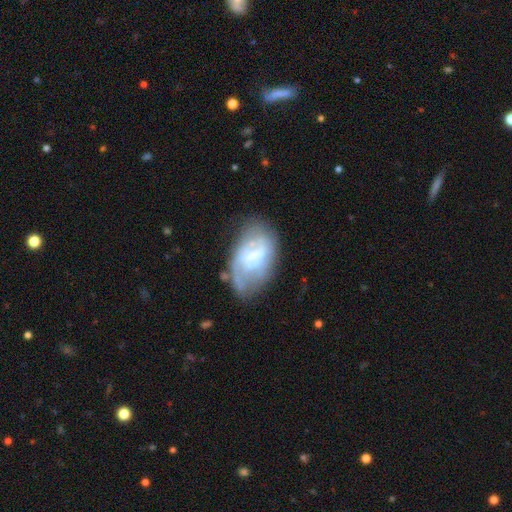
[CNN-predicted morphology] Smooth or featured: featured or disk — 65% (smooth — 26%)
Edge-on disk: no — 95% (yes — 5%)
Bar: weak — 47% (no — 37%)
Spiral arms: yes — 67% (no — 33%)
Bulge size: small — 56% (moderate — 26%)
Merging: none — 56% (minor disturbance — 27%)